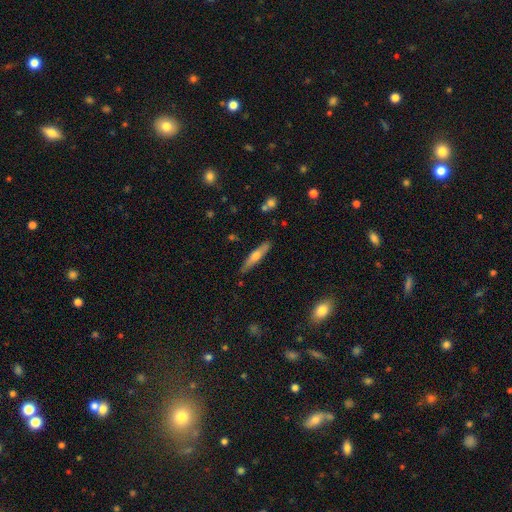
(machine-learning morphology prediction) This appears to be a smooth galaxy with no disk features (54%) that is cigar-shaped (86%). Merging: none (86%).